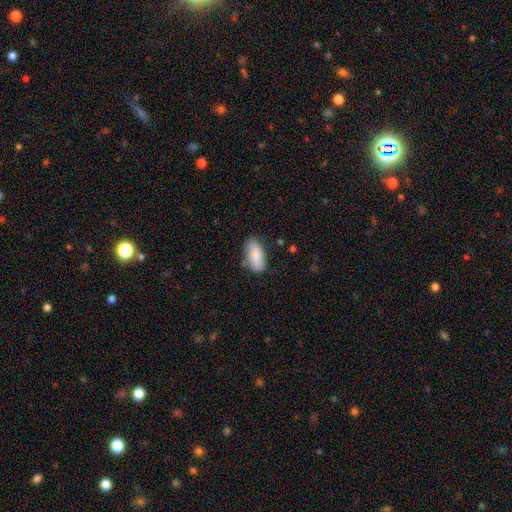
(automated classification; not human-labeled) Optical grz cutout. It shows a smooth galaxy with no disk features (86%) that is in between round and cigar-shaped (91%). Merging: none (76%).